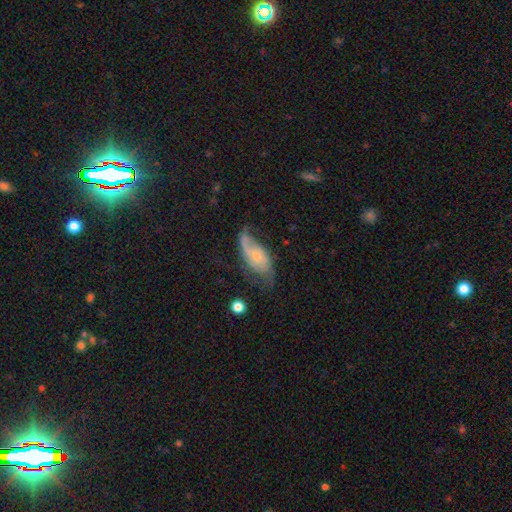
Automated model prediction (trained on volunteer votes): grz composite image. It shows a featured or disk galaxy (65%) with no bar (72%), 2 (64%) loose (40%) spiral arms (87%) and a small central bulge (66%). Merging: none (47%).